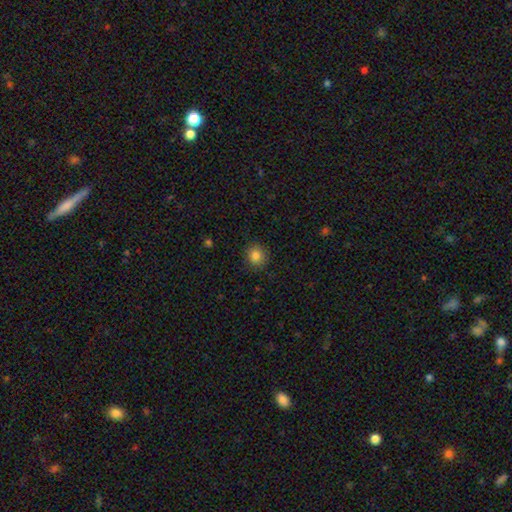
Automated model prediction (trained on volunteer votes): smooth 82%, star or artifact 11%, featured or disk 7%. Down the decision tree: how rounded — round (85%); merging — none (89%).